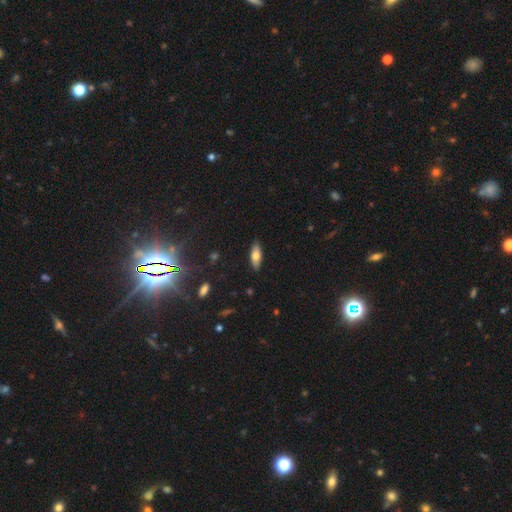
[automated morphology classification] Smooth or featured? Predicted: smooth (p=0.71). How rounded? Predicted: in between (p=0.70). Merging? Predicted: none (p=0.88).